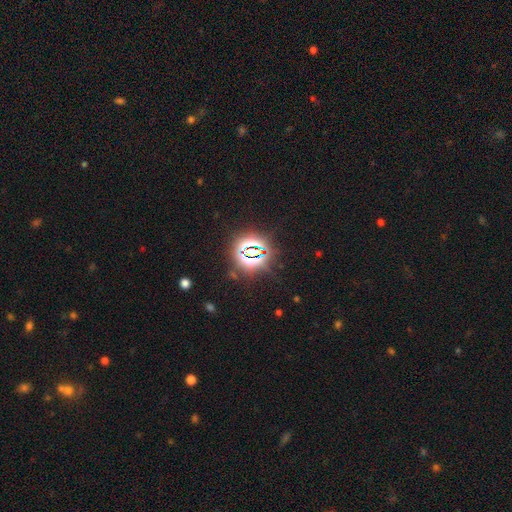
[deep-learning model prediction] Smooth or featured? star or artifact (81%)